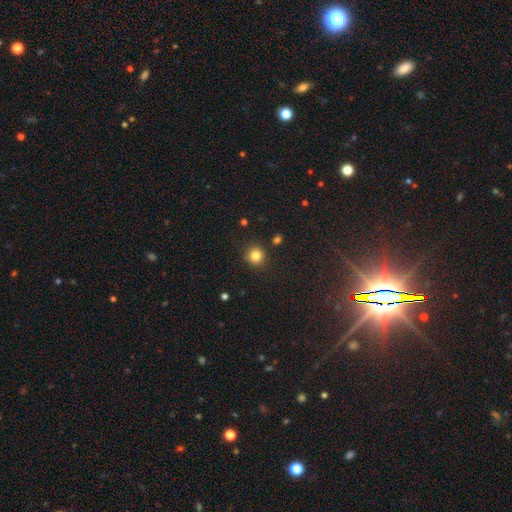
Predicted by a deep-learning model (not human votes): Smooth or featured?
  - smooth: 83% *
  - star or artifact: 12%
  - featured or disk: 5%
How rounded?
  - round: 92% *
  - in between: 7%
  - cigar-shaped: 1%
Merging?
  - none: 89% *
  - minor disturbance: 7%
  - merger: 2%
  - major disturbance: 2%